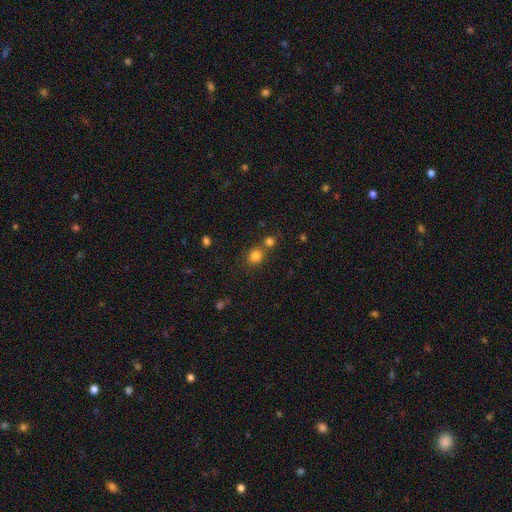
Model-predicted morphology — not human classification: A smooth galaxy with no disk features (80%) that is round (81%).

Vote fractions:
- Smooth or featured? smooth: 80% / star or artifact: 14% / featured or disk: 6%
- How rounded? round: 81% / in between: 18% / cigar-shaped: 1%
- Merging? none: 58% / merger: 31% / minor disturbance: 8% / major disturbance: 3%